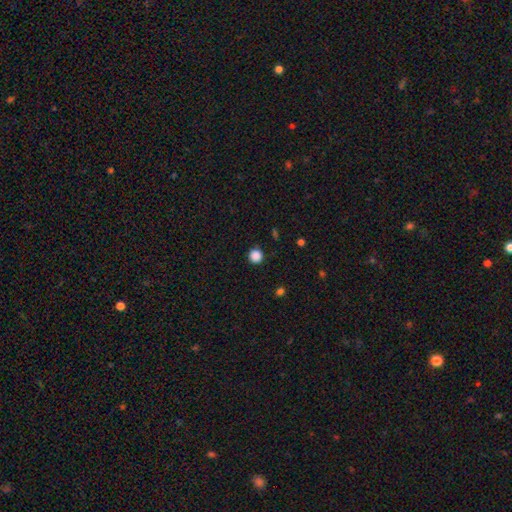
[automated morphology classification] Overall: smooth (87%). How rounded: round (95%). Merging: none (90%).